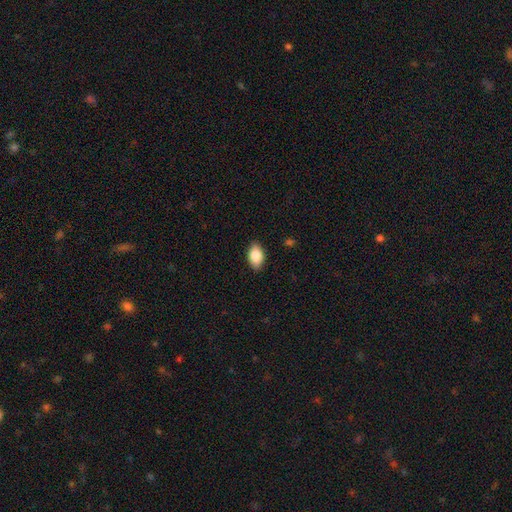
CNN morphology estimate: Overall: smooth (84%). How rounded: in between (91%). Merging: none (87%).